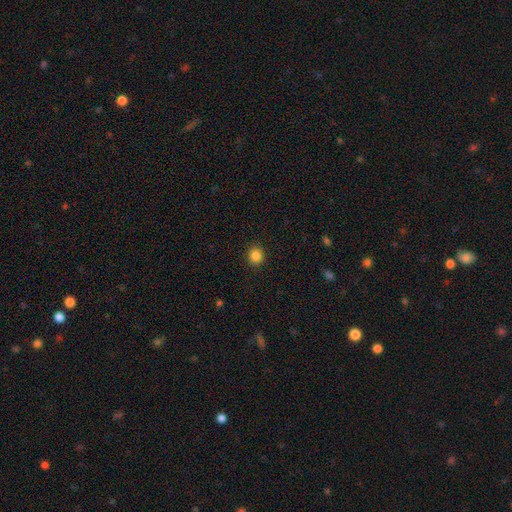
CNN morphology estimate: Overall: smooth (85%). How rounded: round (79%). Merging: none (90%).